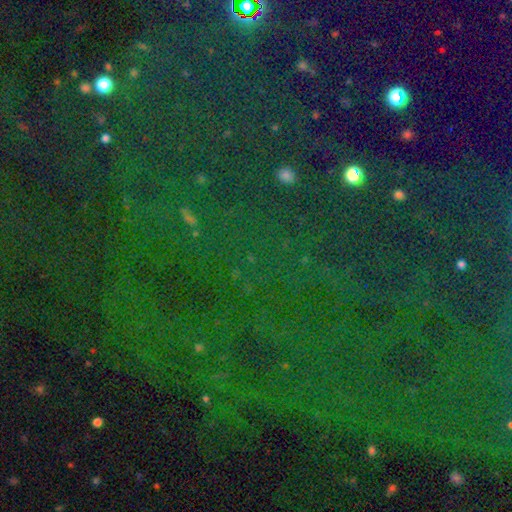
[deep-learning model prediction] A star or artifact, not a galaxy (81%).